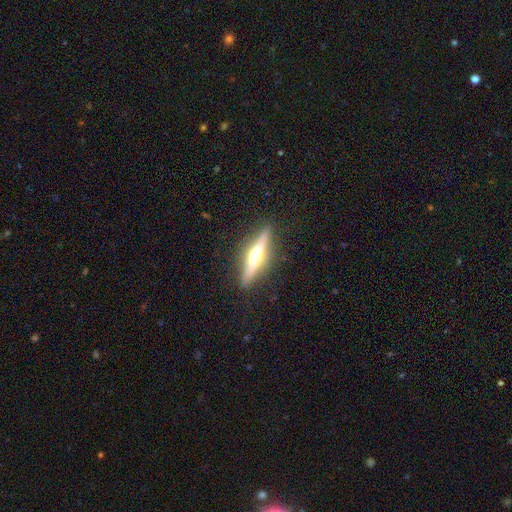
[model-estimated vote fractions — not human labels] A featured or disk galaxy (76%) viewed edge-on (97%) with a rounded central bulge (93%).

Vote fractions:
- Smooth or featured? featured or disk: 76% / smooth: 18% / star or artifact: 5%
- Edge-on disk? yes: 97% / no: 3%
- Edge-on bulge? rounded: 93% / boxy: 4% / none: 3%
- Merging? none: 90% / minor disturbance: 7% / major disturbance: 2% / merger: 1%